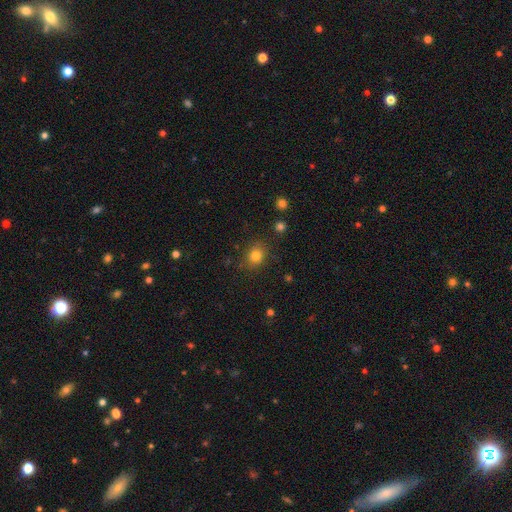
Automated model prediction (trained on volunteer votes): smooth-or-featured: smooth: 81% | star or artifact: 13% | featured or disk: 6%
  how-rounded: round: 65% | in between: 34% | cigar-shaped: 1%
  merging: none: 82% | minor disturbance: 12% | major disturbance: 4% | merger: 2%